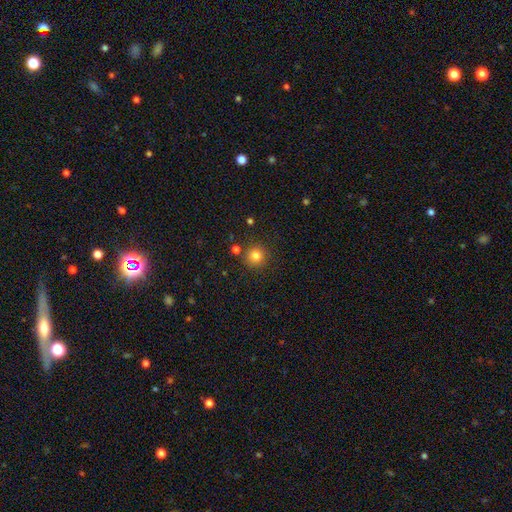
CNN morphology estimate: A smooth galaxy with no disk features (80%) that is round (94%). Merging: none (85%).